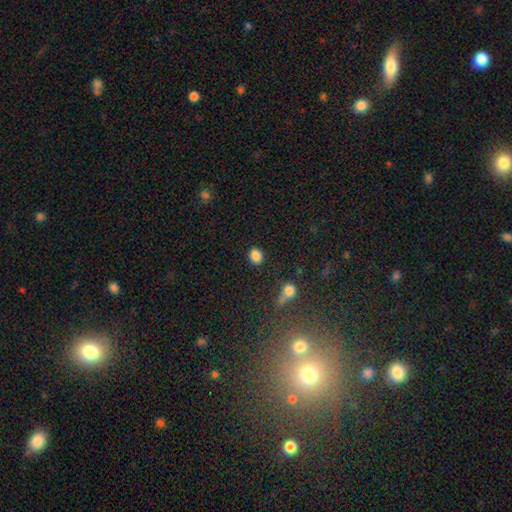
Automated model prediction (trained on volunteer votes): A smooth galaxy with no disk features (86%) that is round (72%).

Vote fractions:
- Smooth or featured? smooth: 86% / star or artifact: 10% / featured or disk: 4%
- How rounded? round: 72% / in between: 27% / cigar-shaped: 1%
- Merging? none: 87% / minor disturbance: 7% / major disturbance: 3% / merger: 3%